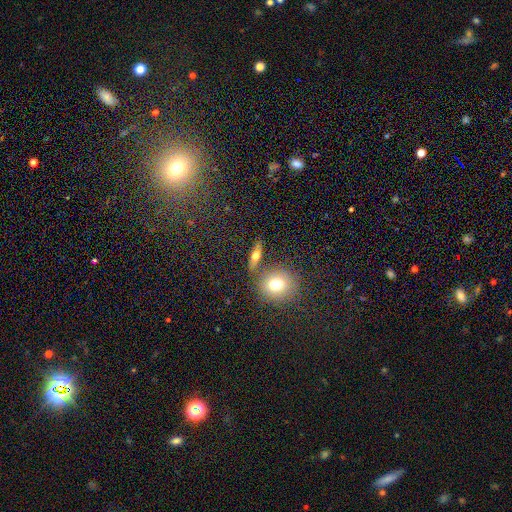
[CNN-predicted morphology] Smooth or featured: smooth — 54% (featured or disk — 34%)
How rounded: in between — 42% (cigar-shaped — 33%)
Merging: none — 75% (merger — 11%)